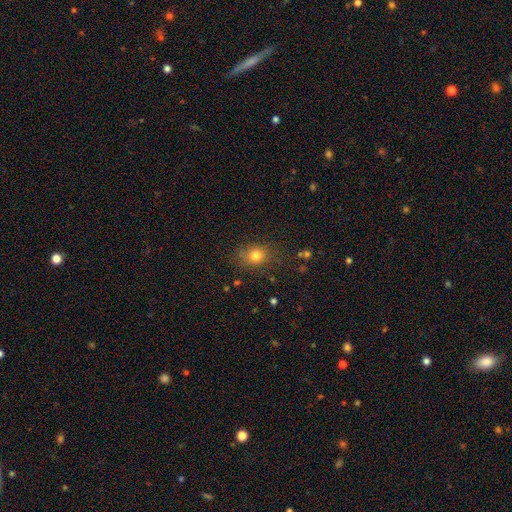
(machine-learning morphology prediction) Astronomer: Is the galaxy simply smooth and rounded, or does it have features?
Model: smooth — 78%.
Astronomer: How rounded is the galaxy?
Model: round — 58% (runner-up: in between, 41%).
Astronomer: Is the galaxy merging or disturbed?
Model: none — 79%.